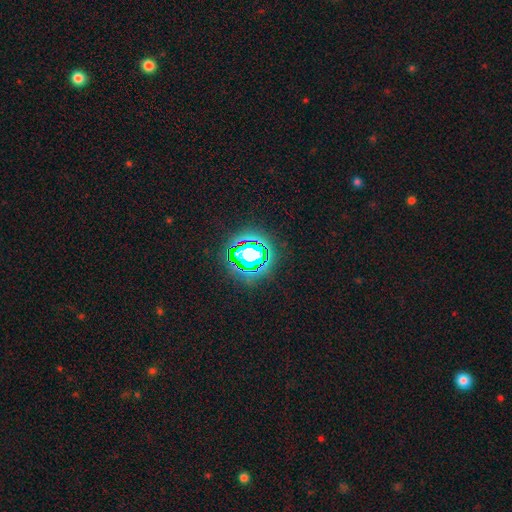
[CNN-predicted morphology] A star or artifact, not a galaxy (82%).

Vote fractions:
- Smooth or featured? star or artifact: 82% / smooth: 12% / featured or disk: 6%